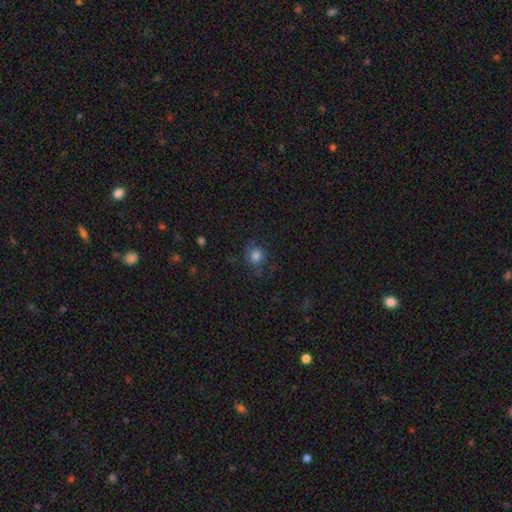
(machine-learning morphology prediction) Smooth or featured? Predicted: smooth (p=0.80). How rounded? Predicted: round (p=0.84). Merging? Predicted: none (p=0.70).